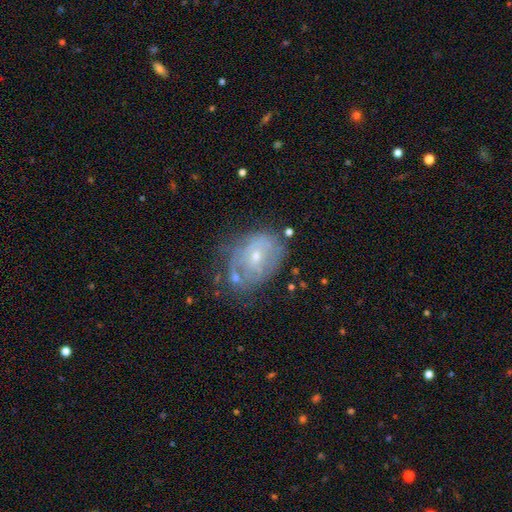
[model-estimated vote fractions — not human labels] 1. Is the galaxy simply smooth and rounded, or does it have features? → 62% featured or disk, 28% smooth, 10% star or artifact.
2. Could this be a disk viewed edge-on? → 96% no, 4% yes.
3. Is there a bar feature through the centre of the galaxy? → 66% no, 28% weak, 6% strong.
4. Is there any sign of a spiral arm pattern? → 57% yes, 43% no.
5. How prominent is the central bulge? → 62% small, 34% moderate, 2% none, 1% large, 1% dominant.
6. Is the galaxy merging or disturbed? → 46% none, 28% minor disturbance, 17% major disturbance, 9% merger.